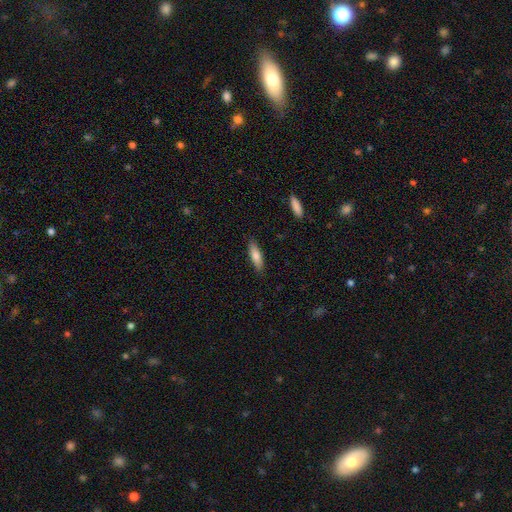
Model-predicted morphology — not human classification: This appears to be a smooth galaxy with no disk features (77%) that is cigar-shaped (58%). Merging: none (87%).